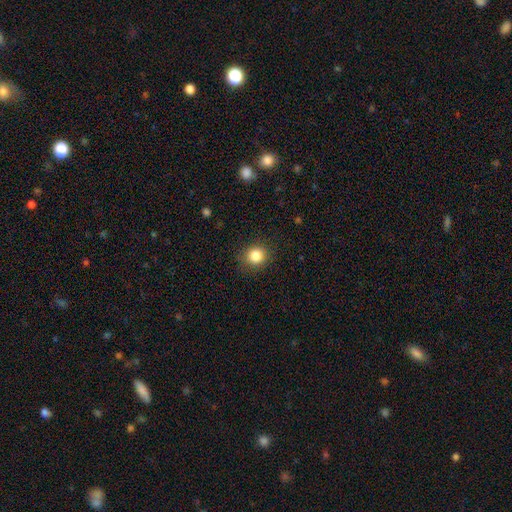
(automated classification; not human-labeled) Smooth or featured? smooth (84%)
How rounded? round (86%)
Merging? none (88%)